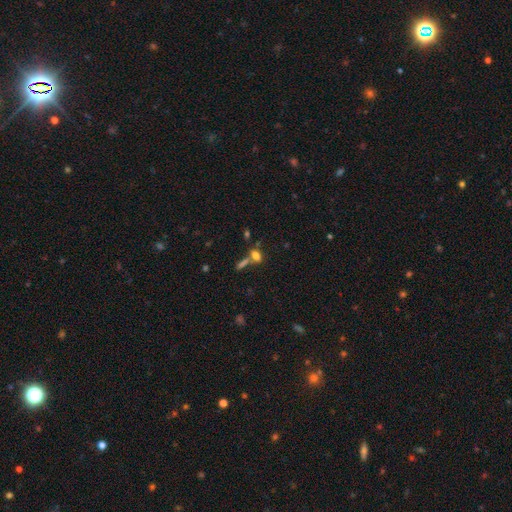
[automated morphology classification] This is likely a smooth galaxy (71%). How rounded: likely in between (69%). Merging: possibly none (48%).